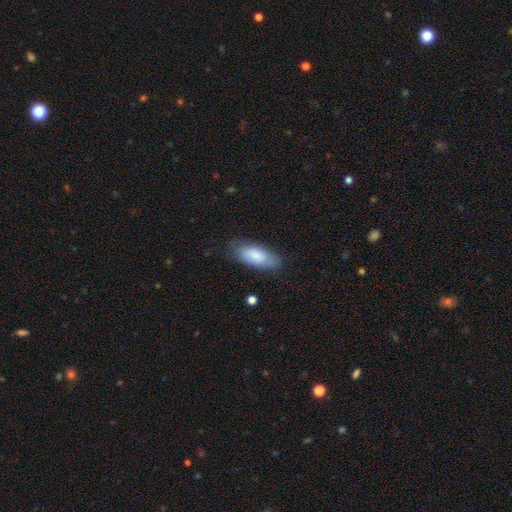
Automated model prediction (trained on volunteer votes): Smooth or featured?
  - smooth: 83% *
  - featured or disk: 11%
  - star or artifact: 6%
How rounded?
  - in between: 84% *
  - cigar-shaped: 14%
  - round: 2%
Merging?
  - none: 76% *
  - minor disturbance: 18%
  - major disturbance: 4%
  - merger: 1%